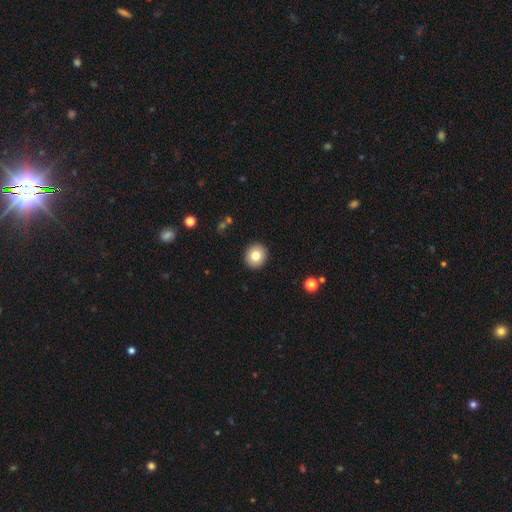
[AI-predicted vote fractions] Smooth or featured: smooth — 80% (featured or disk — 10%)
How rounded: round — 82% (in between — 17%)
Merging: none — 91% (minor disturbance — 6%)